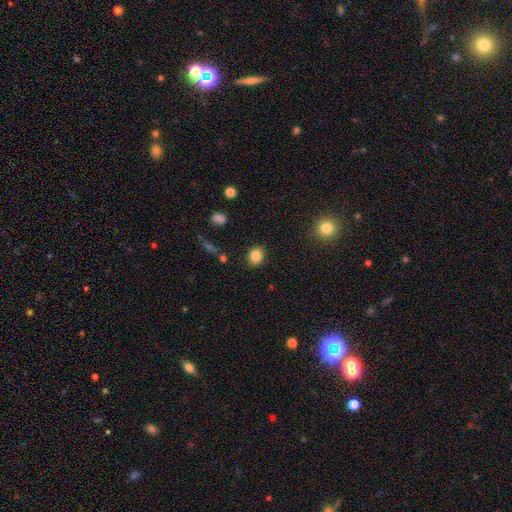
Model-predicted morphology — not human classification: The model was most divided on "how rounded": round: 59%, in between: 40%, cigar-shaped: 1%. More confident: merging — none (86%); smooth or featured — smooth (84%).